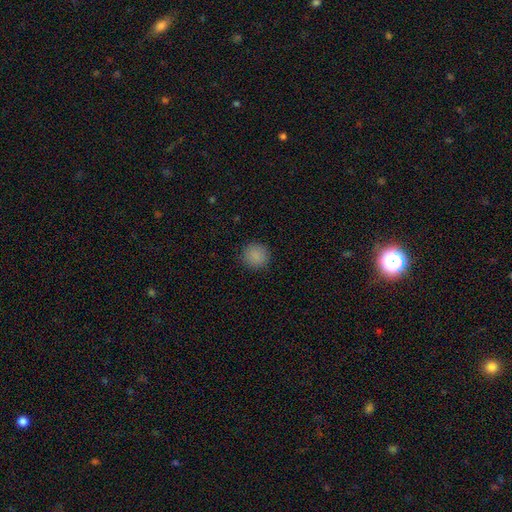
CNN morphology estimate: A smooth galaxy with no disk features (87%) that is round (92%). Merging: none (90%).